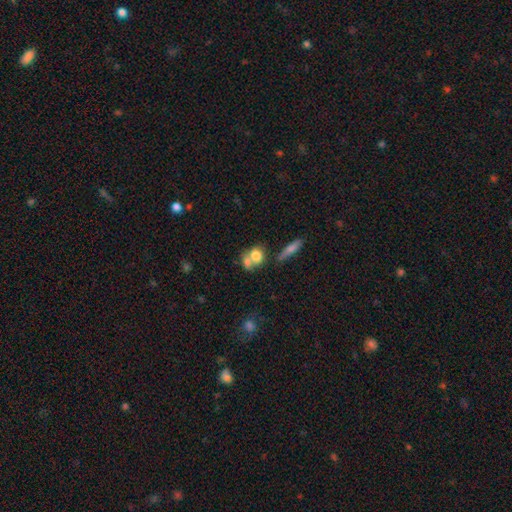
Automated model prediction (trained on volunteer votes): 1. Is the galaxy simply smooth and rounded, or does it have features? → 75% smooth, 16% featured or disk, 9% star or artifact.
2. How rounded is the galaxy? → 52% round, 44% in between, 4% cigar-shaped.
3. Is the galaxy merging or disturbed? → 52% merger, 34% none, 9% minor disturbance, 5% major disturbance.